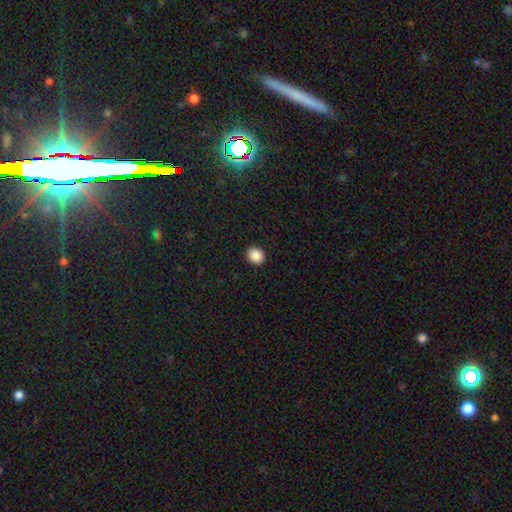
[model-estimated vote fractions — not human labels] A smooth galaxy with no disk features (88%) that is round (68%).

Vote fractions:
- Smooth or featured? smooth: 88% / star or artifact: 9% / featured or disk: 3%
- How rounded? round: 68% / in between: 31% / cigar-shaped: 1%
- Merging? none: 92% / minor disturbance: 5% / major disturbance: 2% / merger: 1%